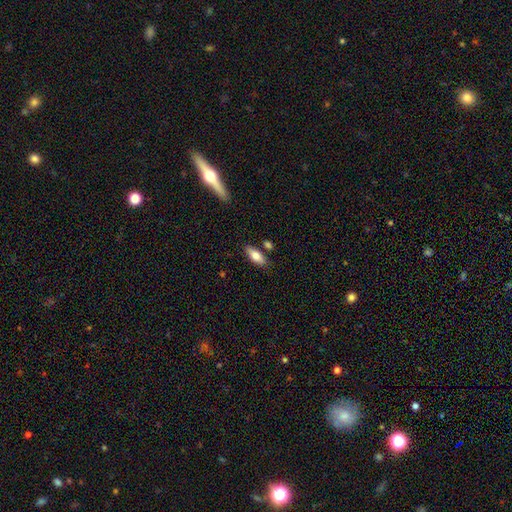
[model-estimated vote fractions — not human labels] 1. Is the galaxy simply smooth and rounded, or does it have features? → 76% smooth, 18% featured or disk, 6% star or artifact.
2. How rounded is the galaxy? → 74% in between, 24% cigar-shaped, 3% round.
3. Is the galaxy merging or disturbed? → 79% none, 12% minor disturbance, 7% merger, 3% major disturbance.